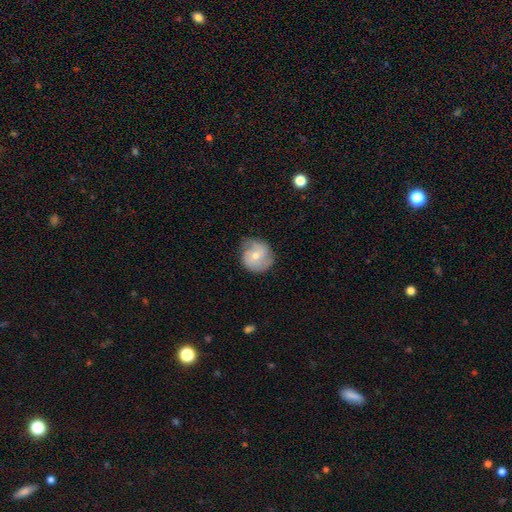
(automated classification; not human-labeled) Overall: featured or disk (53%; smooth 40%). Edge-on disk: no (97%). Bar: no (69%). Spiral arms: yes (82%). Bulge size: small (48%, tied with moderate). Merging: none (69%).